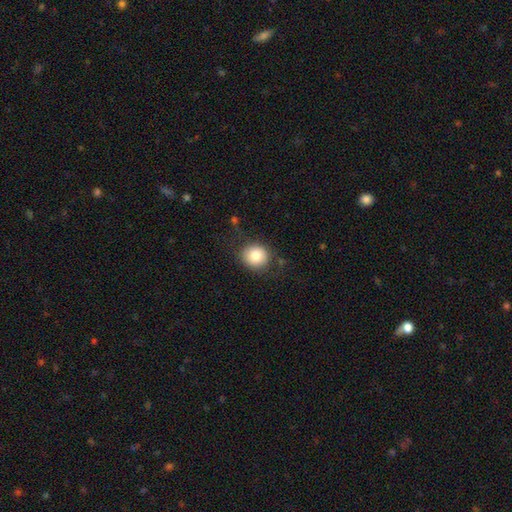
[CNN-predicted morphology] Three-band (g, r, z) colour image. It shows a smooth galaxy with no disk features (81%) that is round (81%). Merging: none (81%).